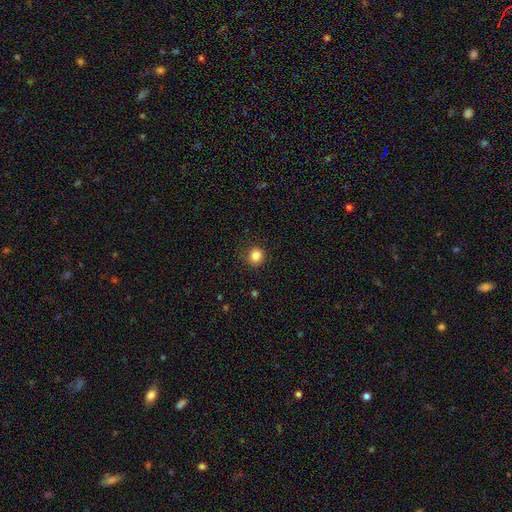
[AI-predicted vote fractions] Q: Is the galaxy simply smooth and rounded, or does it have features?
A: smooth — 84%.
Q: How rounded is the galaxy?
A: round — 91%.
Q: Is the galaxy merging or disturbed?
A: none — 87%.